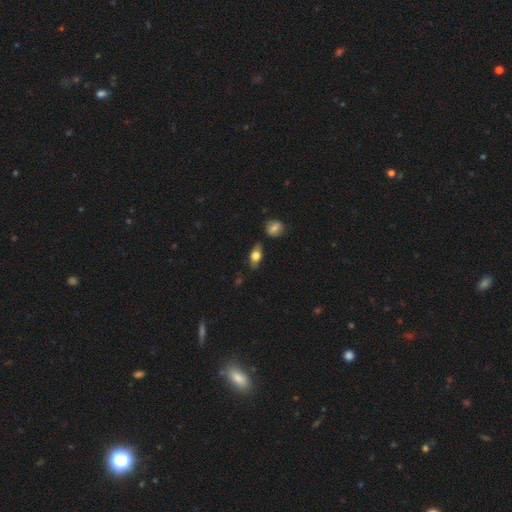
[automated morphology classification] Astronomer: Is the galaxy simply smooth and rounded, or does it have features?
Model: smooth — 68%.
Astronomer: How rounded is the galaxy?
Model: in between — 79%.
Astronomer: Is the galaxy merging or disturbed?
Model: none — 80%.